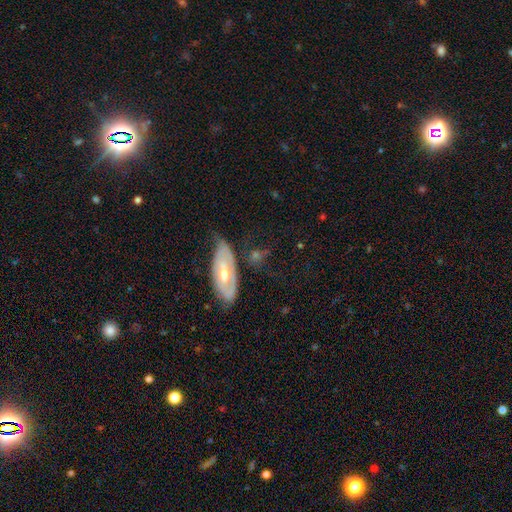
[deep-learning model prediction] Smooth or featured? Predicted: featured or disk (p=0.53). Edge-on disk? Predicted: no (p=0.75). Merging? Predicted: none (p=0.59).